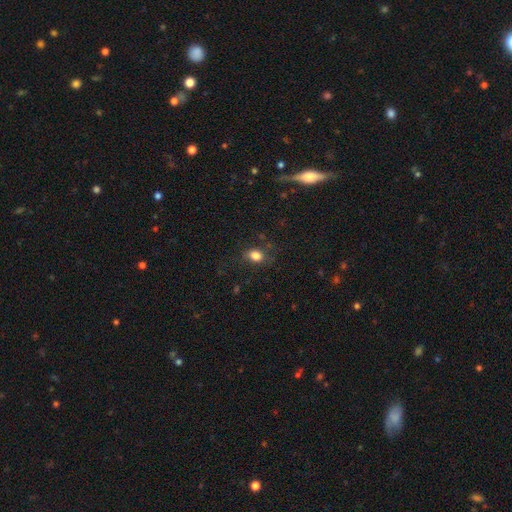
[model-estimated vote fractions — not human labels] This appears to be a smooth galaxy with no disk features (82%) that is in between round and cigar-shaped (61%). Merging: none (75%).